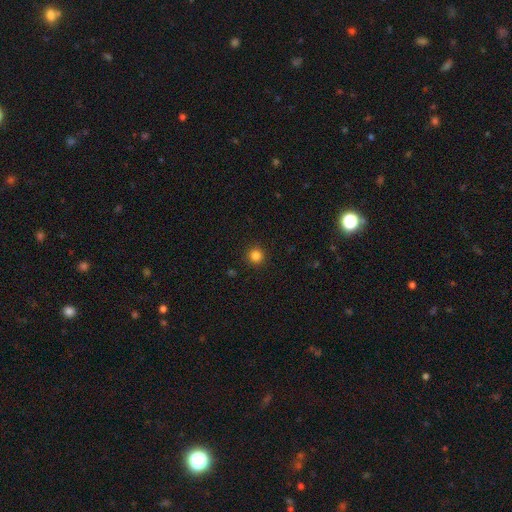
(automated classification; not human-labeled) smooth 84%, star or artifact 13%, featured or disk 4%. Down the decision tree: how rounded — round (95%); merging — none (92%).